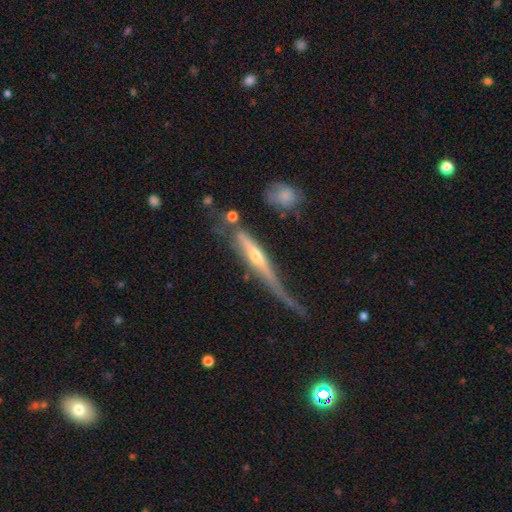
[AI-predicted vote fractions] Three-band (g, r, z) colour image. It shows a featured or disk galaxy (71%) viewed edge-on (88%) with a rounded central bulge (78%). Merging: none (36%).